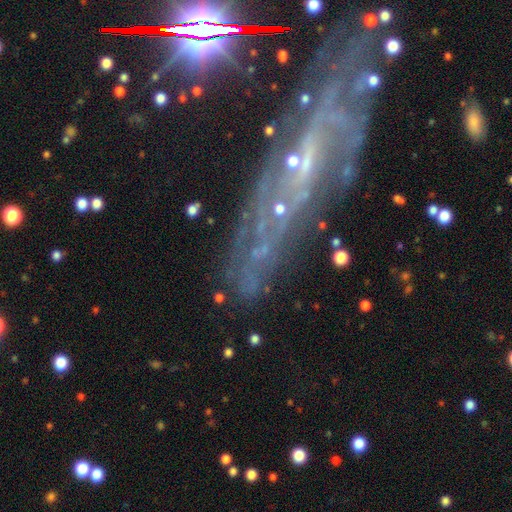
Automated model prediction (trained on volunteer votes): Q: Smooth or featured?
A: featured or disk (57%); runner-up: star or artifact (25%)
Q: Edge-on disk?
A: no (83%); runner-up: yes (17%)
Q: Merging?
A: none (57%); runner-up: minor disturbance (20%)